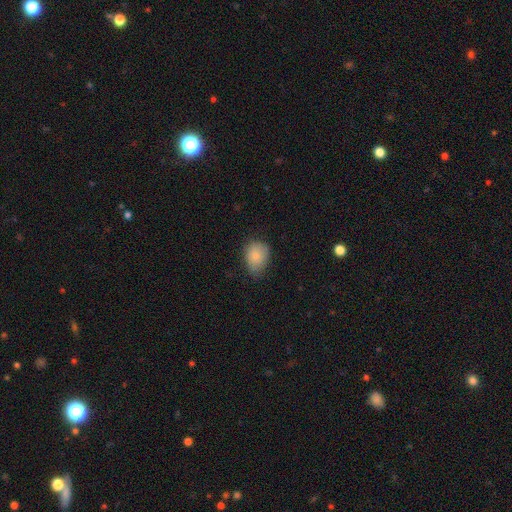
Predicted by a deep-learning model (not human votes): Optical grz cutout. It shows a smooth galaxy with no disk features (83%) that is in between round and cigar-shaped (62%). Merging: none (60%).